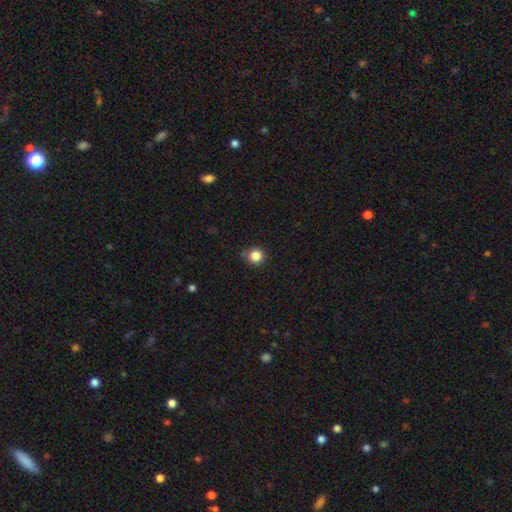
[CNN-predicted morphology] Smooth or featured? Predicted: smooth (p=0.84). How rounded? Predicted: round (p=0.92). Merging? Predicted: none (p=0.83).